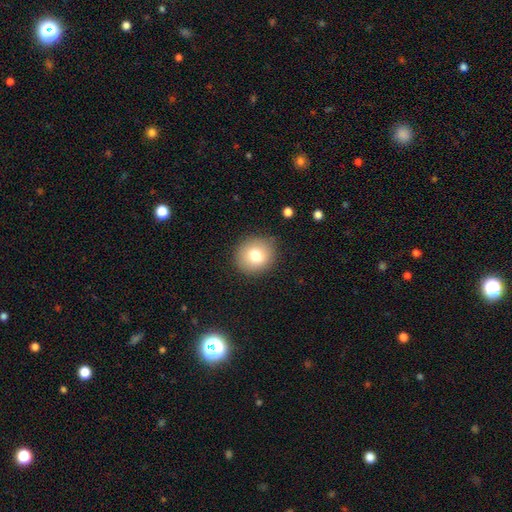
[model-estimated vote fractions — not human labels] The model was most divided on "smooth or featured": smooth: 77%, featured or disk: 13%, star or artifact: 10%. More confident: how rounded — round (85%); merging — none (85%).